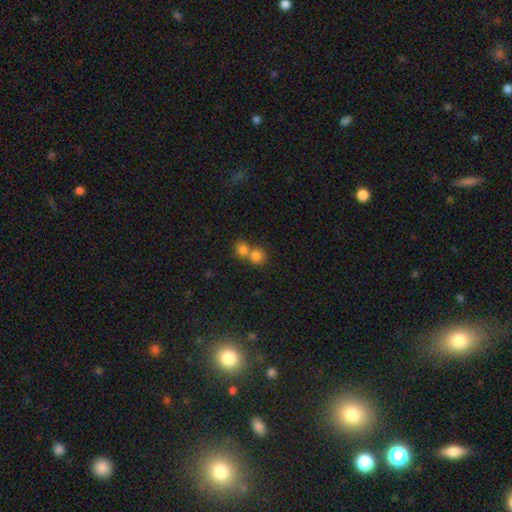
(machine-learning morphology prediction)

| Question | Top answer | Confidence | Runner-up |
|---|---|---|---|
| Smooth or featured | smooth | 79% | star or artifact (13%) |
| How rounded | round | 84% | in between (15%) |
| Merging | merger | 52% | none (40%) |